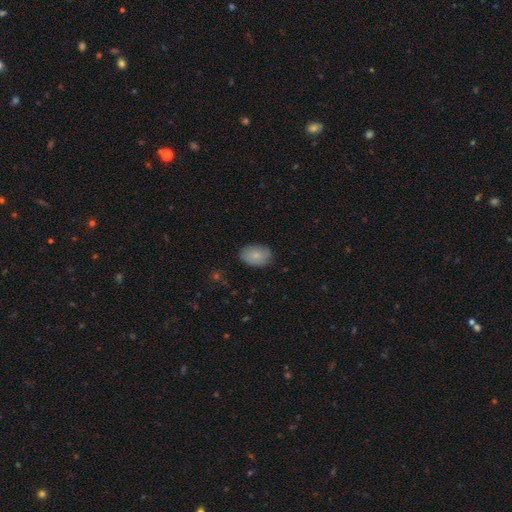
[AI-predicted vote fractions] smooth_or_featured: smooth (p=0.82) [alt: featured or disk p=0.11]
how_rounded: in between (p=0.85) [alt: round p=0.14]
merging: none (p=0.81) [alt: minor disturbance p=0.15]